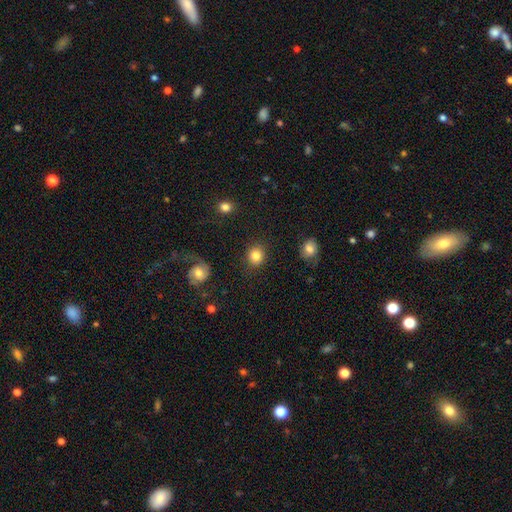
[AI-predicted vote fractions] Smooth or featured? Predicted: smooth (p=0.85). How rounded? Predicted: round (p=0.82). Merging? Predicted: none (p=0.86).